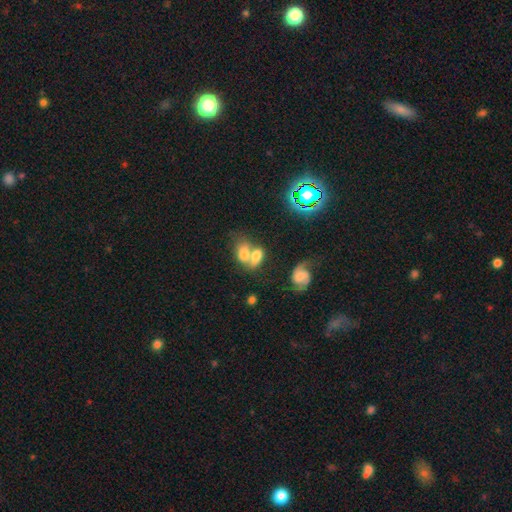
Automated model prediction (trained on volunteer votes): Smooth or featured: smooth — 66% (featured or disk — 23%)
How rounded: in between — 77% (round — 20%)
Merging: merger — 69% (none — 18%)